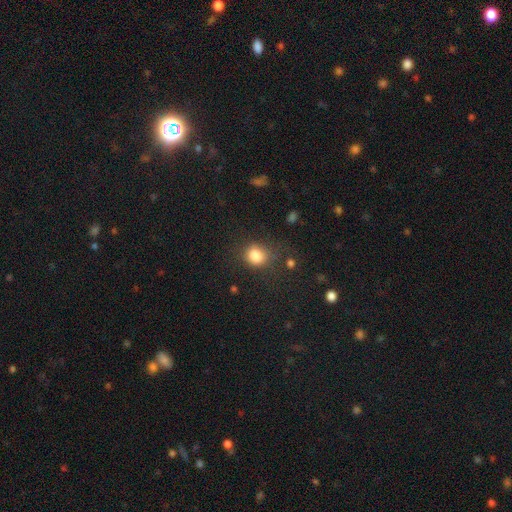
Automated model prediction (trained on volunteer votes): Smooth or featured: smooth — 82% (star or artifact — 11%)
How rounded: round — 62% (in between — 37%)
Merging: none — 62% (minor disturbance — 22%)